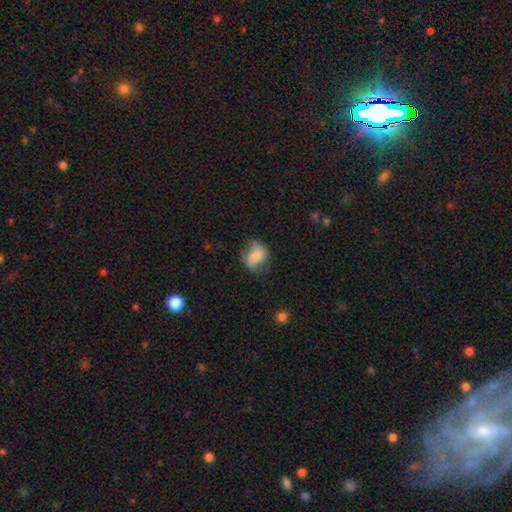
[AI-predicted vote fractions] This is possibly a smooth galaxy (55%). How rounded: possibly in between (60%). Merging: possibly none (57%).